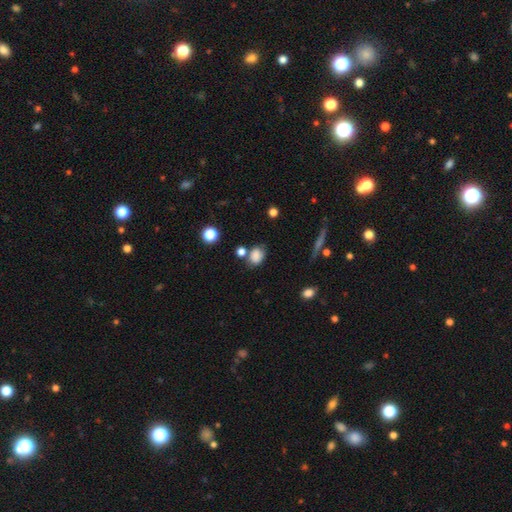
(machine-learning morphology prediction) A smooth galaxy with no disk features (83%) that is in between round and cigar-shaped (63%).

Vote fractions:
- Smooth or featured? smooth: 83% / star or artifact: 11% / featured or disk: 7%
- How rounded? in between: 63% / round: 36% / cigar-shaped: 1%
- Merging? none: 60% / minor disturbance: 18% / merger: 16% / major disturbance: 6%